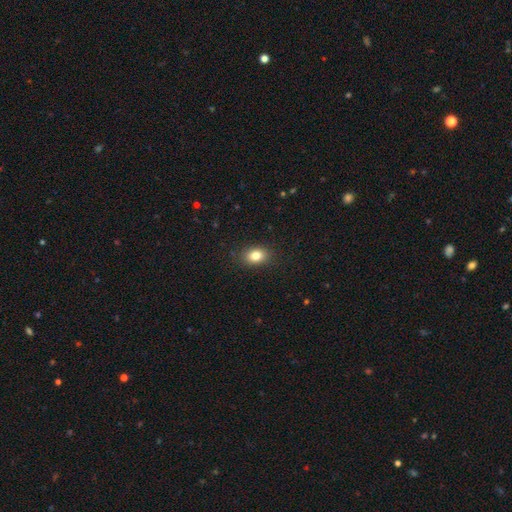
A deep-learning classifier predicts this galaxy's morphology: Smooth or featured: smooth — 82% (star or artifact — 10%)
How rounded: in between — 73% (round — 26%)
Merging: none — 88% (minor disturbance — 9%)